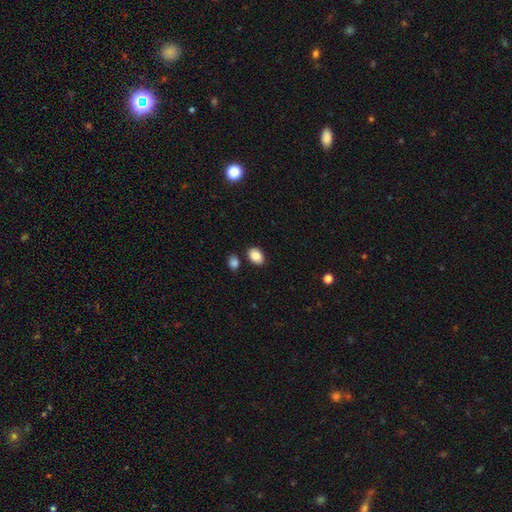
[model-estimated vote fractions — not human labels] Smooth or featured? smooth (85%)
How rounded? in between (76%)
Merging? none (81%)